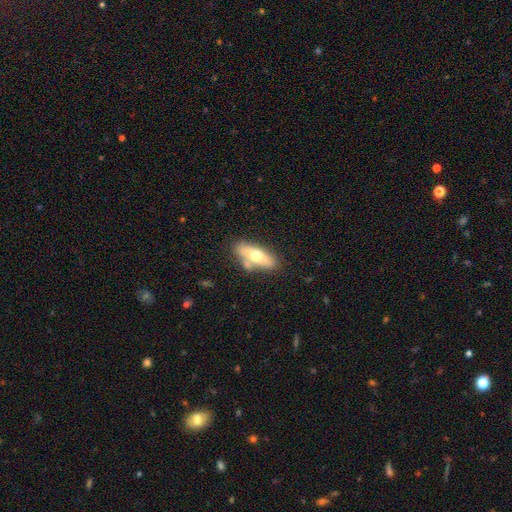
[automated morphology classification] A smooth galaxy with no disk features (61%) that is in between round and cigar-shaped (67%). Merging: none (66%).